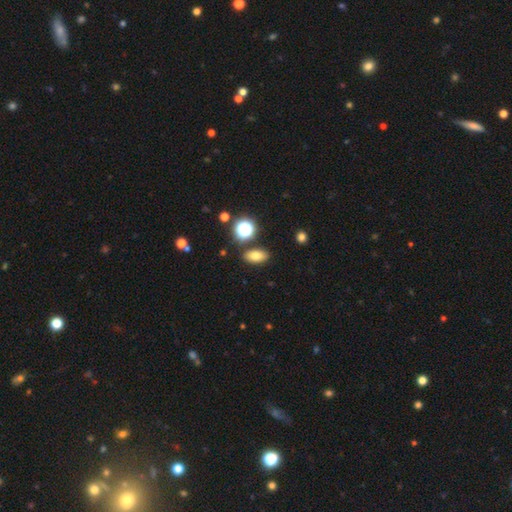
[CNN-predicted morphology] Smooth or featured? smooth (75%)
How rounded? in between (85%)
Merging? none (84%)